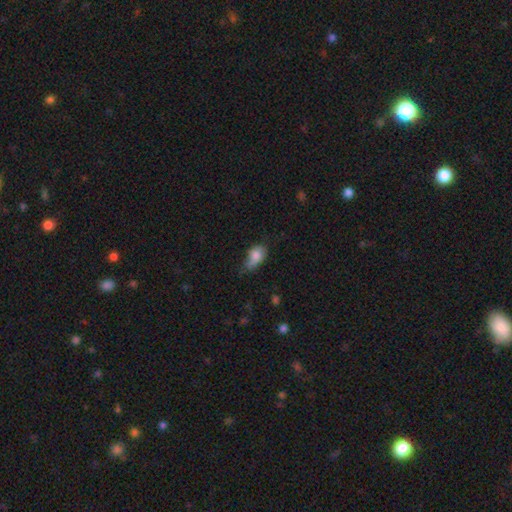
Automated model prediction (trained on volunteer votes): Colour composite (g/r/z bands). It shows a smooth galaxy with no disk features (78%) that is in between round and cigar-shaped (81%). Merging: minor disturbance (43%).